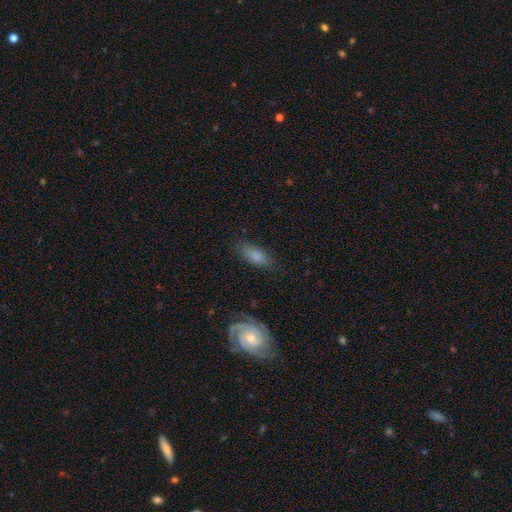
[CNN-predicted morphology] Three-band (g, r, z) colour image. It shows a smooth galaxy with no disk features (76%) that is in between round and cigar-shaped (77%). Merging: none (77%).